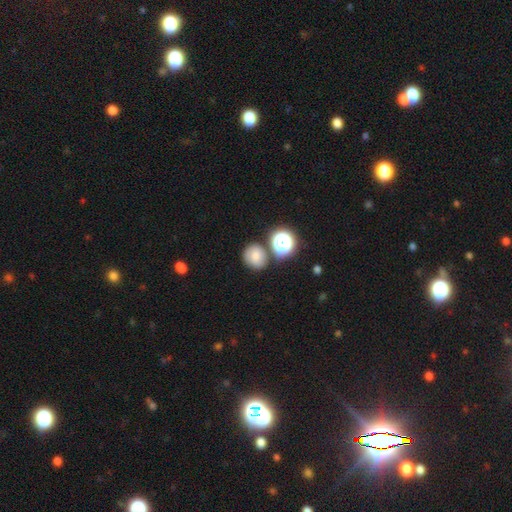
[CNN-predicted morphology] Smooth or featured?
  - smooth: 74% *
  - star or artifact: 15%
  - featured or disk: 12%
How rounded?
  - round: 74% *
  - in between: 25%
  - cigar-shaped: 1%
Merging?
  - none: 68% *
  - minor disturbance: 15%
  - merger: 13%
  - major disturbance: 5%